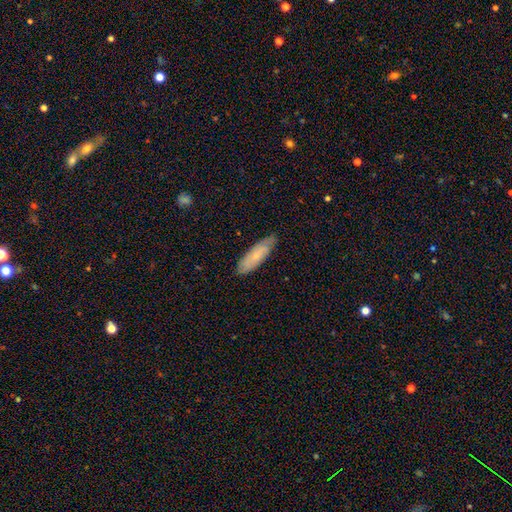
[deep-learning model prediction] smooth 60%, featured or disk 34%, star or artifact 7%. Down the decision tree: how rounded — cigar-shaped (49%, tied with in between); merging — none (76%).